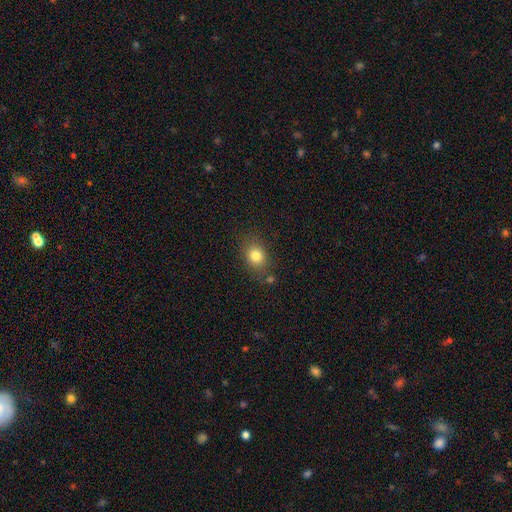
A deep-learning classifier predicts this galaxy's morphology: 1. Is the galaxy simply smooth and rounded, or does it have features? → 80% smooth, 11% star or artifact, 8% featured or disk.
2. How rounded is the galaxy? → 53% round, 46% in between, 1% cigar-shaped.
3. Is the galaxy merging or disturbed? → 77% none, 14% minor disturbance, 5% merger, 4% major disturbance.